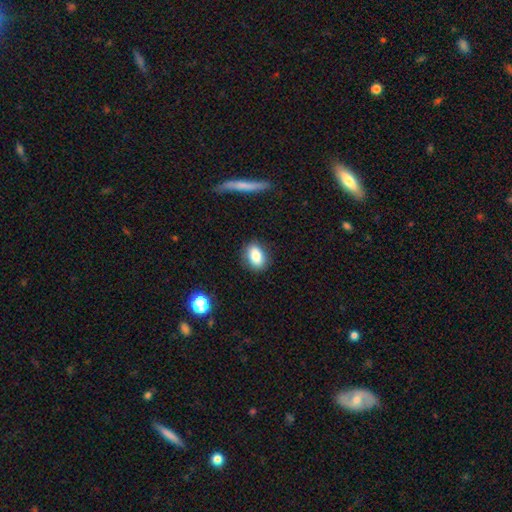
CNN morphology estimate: smooth_or_featured: smooth (p=0.83) [alt: star or artifact p=0.09]
how_rounded: in between (p=0.75) [alt: round p=0.23]
merging: none (p=0.85) [alt: minor disturbance p=0.11]